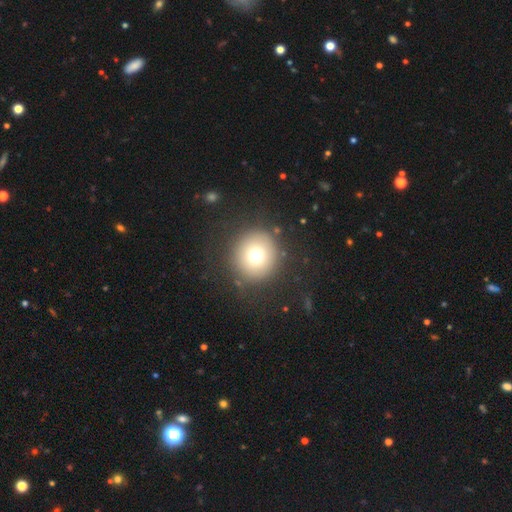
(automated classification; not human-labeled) This appears to be a smooth galaxy with no disk features (72%) that is round (93%). Merging: none (86%).